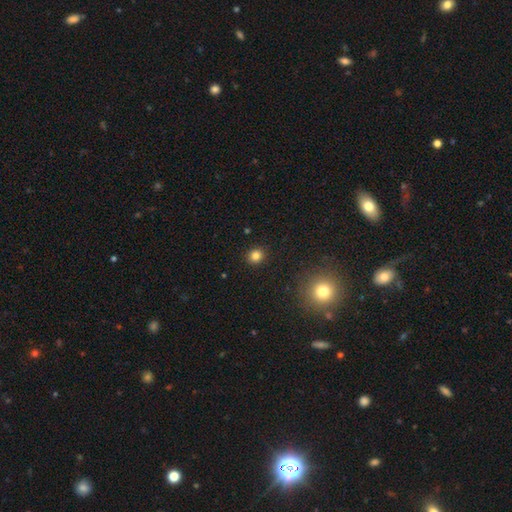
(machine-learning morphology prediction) This appears to be a smooth galaxy with no disk features (82%) that is round (87%). Merging: none (91%).